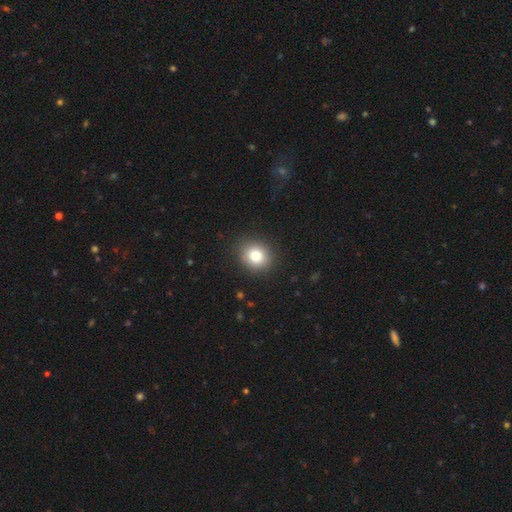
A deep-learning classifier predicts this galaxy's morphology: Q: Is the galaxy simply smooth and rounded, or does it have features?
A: smooth — 80%.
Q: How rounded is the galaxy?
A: round — 72%.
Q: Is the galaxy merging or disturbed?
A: none — 89%.